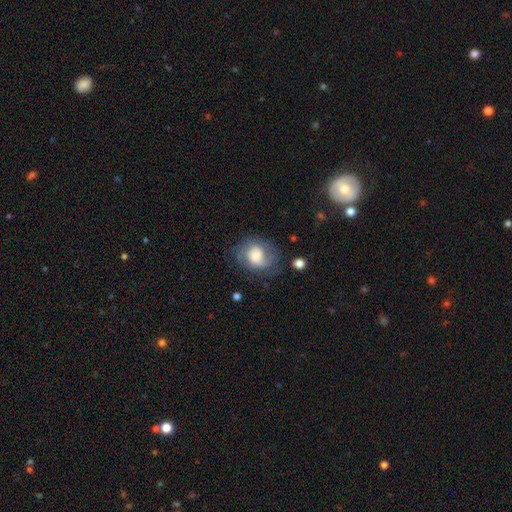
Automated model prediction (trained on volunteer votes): The model was most divided on "smooth or featured": smooth: 49%, featured or disk: 43%, star or artifact: 9%. More confident: merging — none (56%).